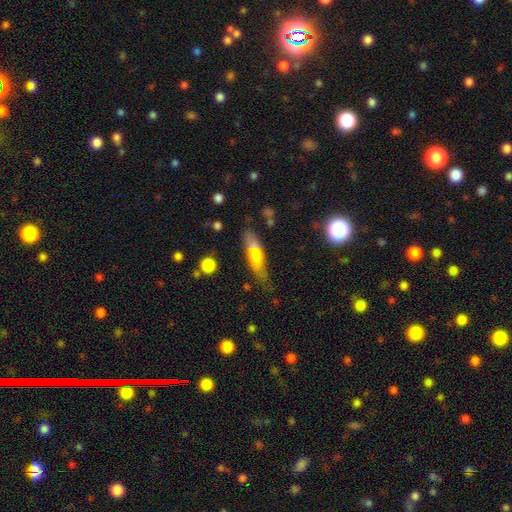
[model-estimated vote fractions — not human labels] Smooth or featured: smooth — 62% (featured or disk — 28%)
How rounded: cigar-shaped — 50% (in between — 46%)
Merging: none — 55% (minor disturbance — 23%)